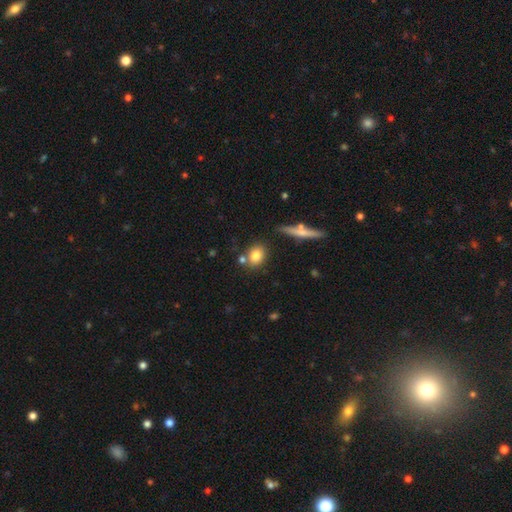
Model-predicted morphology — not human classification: type=smooth (80%); roundness=round (51%); merging=none (71%).